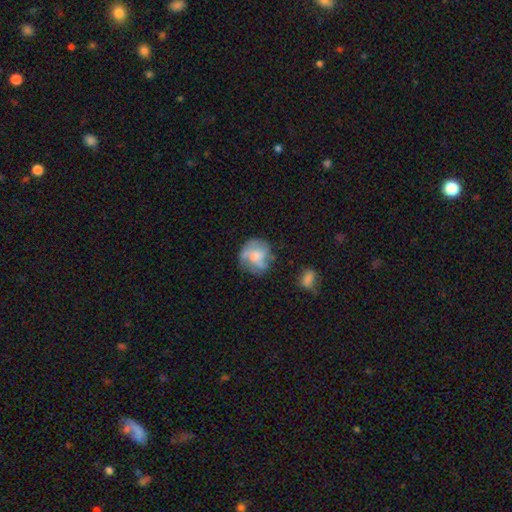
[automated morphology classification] Smooth or featured? Predicted: featured or disk (p=0.48). Merging? Predicted: none (p=0.57).